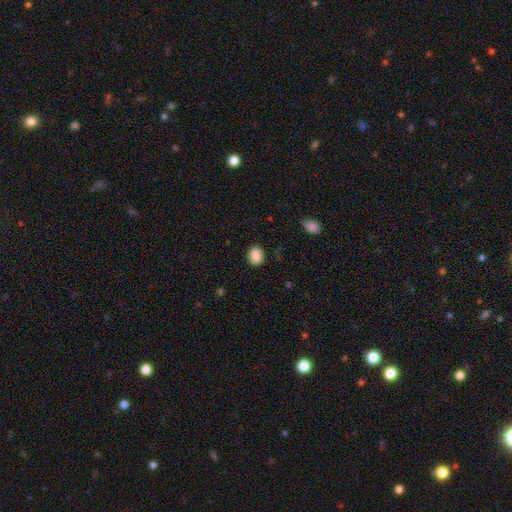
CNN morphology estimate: A smooth galaxy with no disk features (87%) that is in between round and cigar-shaped (58%).

Vote fractions:
- Smooth or featured? smooth: 87% / star or artifact: 8% / featured or disk: 4%
- How rounded? in between: 58% / round: 41% / cigar-shaped: 1%
- Merging? none: 85% / minor disturbance: 11% / major disturbance: 3% / merger: 1%